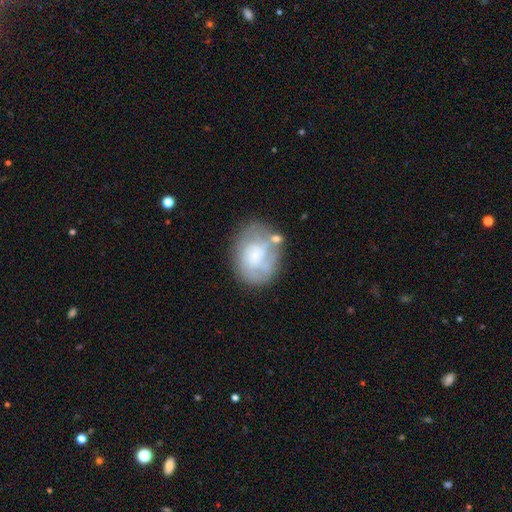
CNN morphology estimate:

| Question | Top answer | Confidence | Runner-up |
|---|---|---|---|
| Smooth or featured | smooth | 46% | featured or disk (45%) |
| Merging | none | 50% | minor disturbance (24%) |